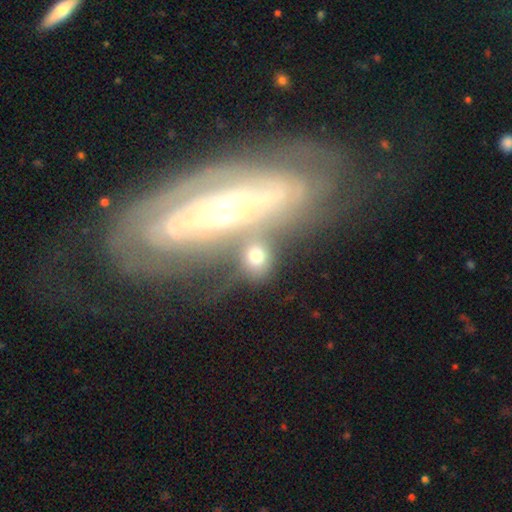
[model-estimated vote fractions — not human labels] Smooth or featured? Predicted: smooth (p=0.67). How rounded? Predicted: round (p=0.65). Merging? Predicted: none (p=0.56).